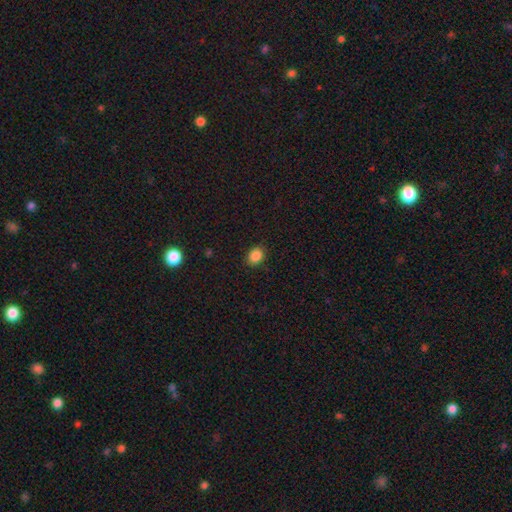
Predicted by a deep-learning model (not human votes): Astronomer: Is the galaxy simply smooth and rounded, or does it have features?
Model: smooth — 87%.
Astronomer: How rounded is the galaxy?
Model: in between — 57% (runner-up: round, 43%).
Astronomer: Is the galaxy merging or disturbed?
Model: none — 88%.